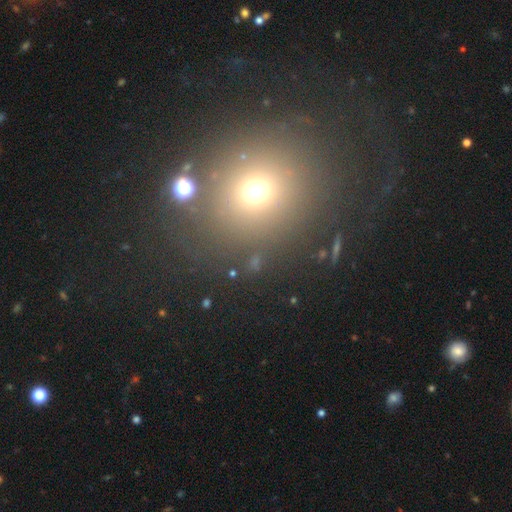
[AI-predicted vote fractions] smooth-or-featured: smooth: 60% | star or artifact: 29% | featured or disk: 12%
  how-rounded: round: 81% | in between: 18% | cigar-shaped: 1%
  merging: none: 76% | minor disturbance: 10% | major disturbance: 8% | merger: 5%